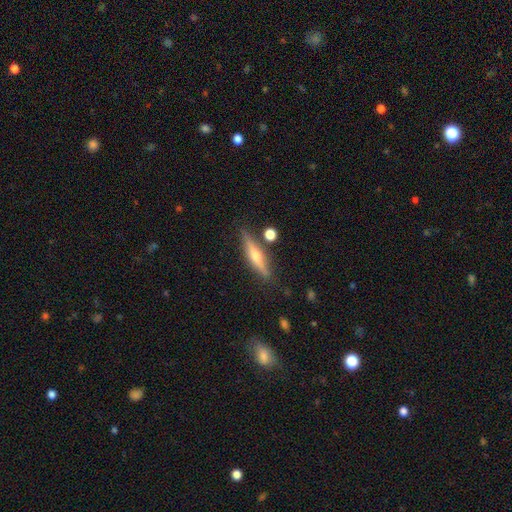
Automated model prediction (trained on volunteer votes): The model was most divided on "smooth or featured": featured or disk: 62%, smooth: 31%, star or artifact: 7%. More confident: edge-on disk — yes (95%); edge-on bulge — rounded (86%); merging — none (83%).